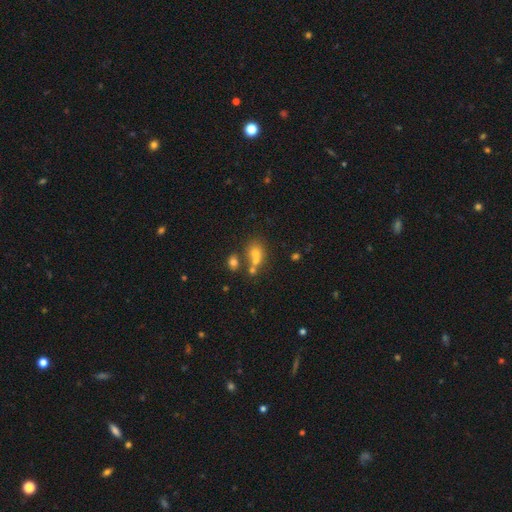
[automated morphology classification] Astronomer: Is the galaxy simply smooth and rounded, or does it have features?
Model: smooth — 62%.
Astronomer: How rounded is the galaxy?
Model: round — 52% (runner-up: in between, 46%).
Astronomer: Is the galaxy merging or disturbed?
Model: merger — 48% (runner-up: none, 35%).